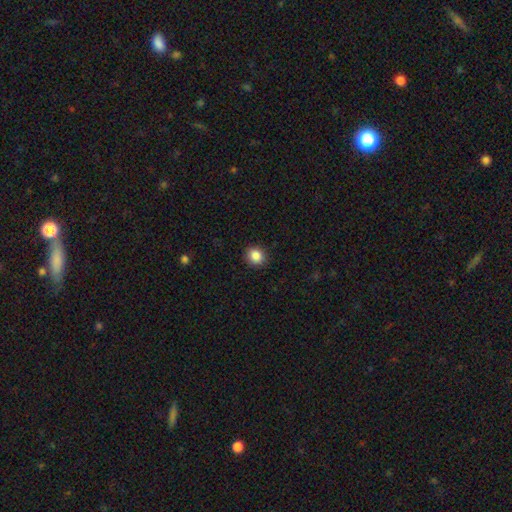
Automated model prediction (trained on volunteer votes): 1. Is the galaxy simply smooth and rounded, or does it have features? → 87% smooth, 10% star or artifact, 4% featured or disk.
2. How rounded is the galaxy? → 77% round, 22% in between, 1% cigar-shaped.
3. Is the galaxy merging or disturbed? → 90% none, 7% minor disturbance, 2% major disturbance, 1% merger.